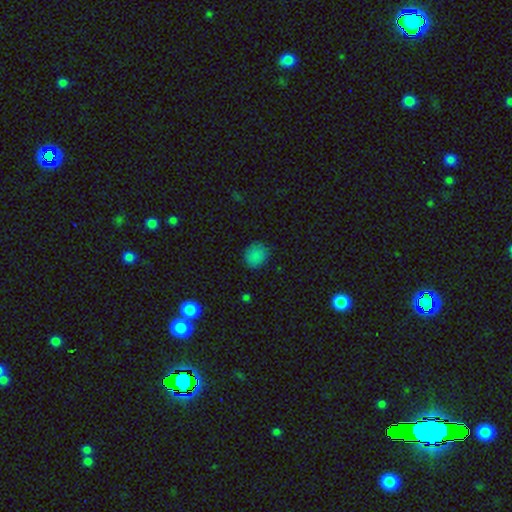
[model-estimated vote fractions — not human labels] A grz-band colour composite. It shows a smooth galaxy with no disk features (83%) that is round (78%). Merging: none (84%).